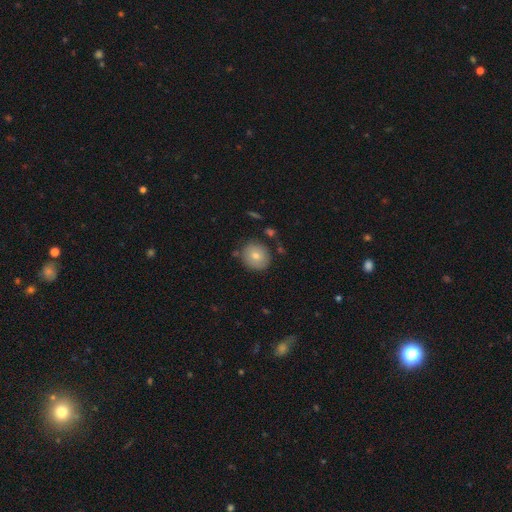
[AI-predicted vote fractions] Smooth or featured? Predicted: smooth (p=0.74). How rounded? Predicted: round (p=0.86). Merging? Predicted: none (p=0.79).